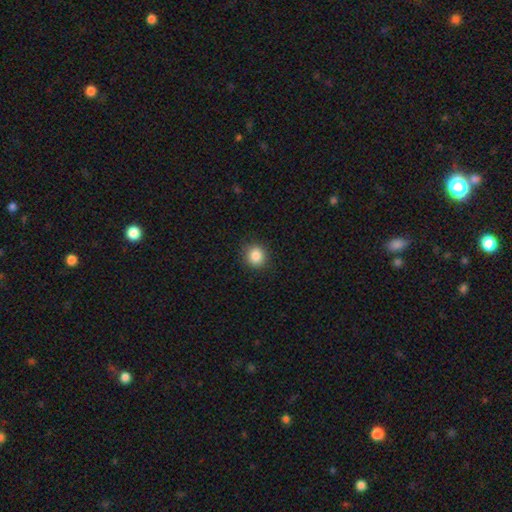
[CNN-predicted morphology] Q: Smooth or featured?
A: smooth (85%); runner-up: star or artifact (10%)
Q: How rounded?
A: round (88%); runner-up: in between (11%)
Q: Merging?
A: none (89%); runner-up: minor disturbance (7%)